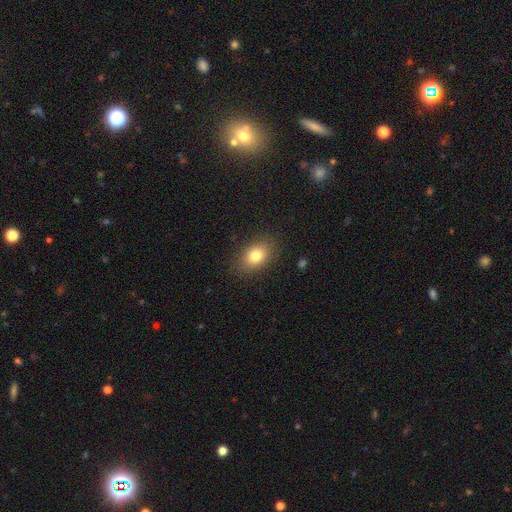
smooth 84%, featured or disk 11%, star or artifact 5%. Down the decision tree: how rounded — in between (84%); merging — none (89%).